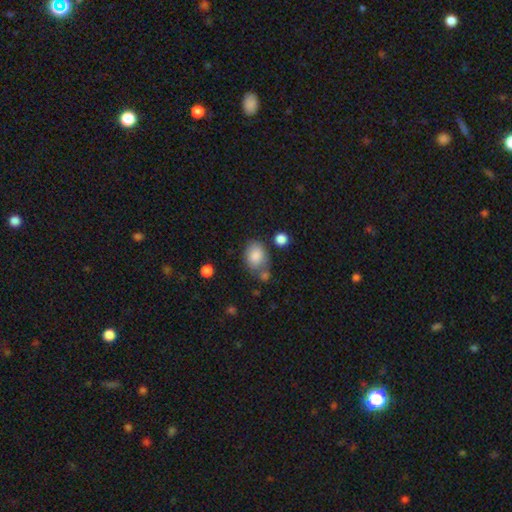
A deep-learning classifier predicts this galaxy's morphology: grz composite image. It shows a smooth galaxy with no disk features (84%) that is in between round and cigar-shaped (68%). Merging: none (60%).